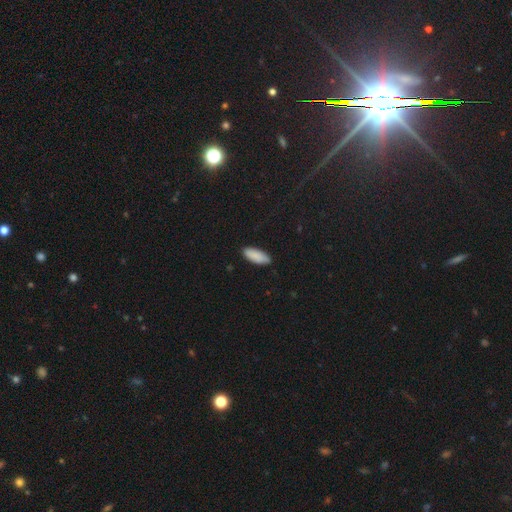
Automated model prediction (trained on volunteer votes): Overall: smooth (90%). How rounded: in between (78%). Merging: none (87%).